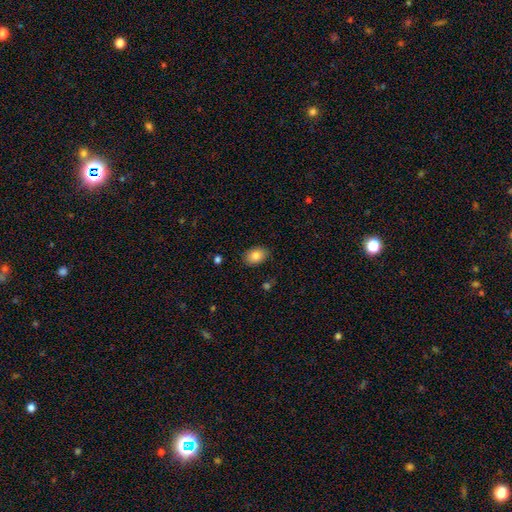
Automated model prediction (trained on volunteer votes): Smooth or featured? smooth (83%)
How rounded? in between (82%)
Merging? none (86%)